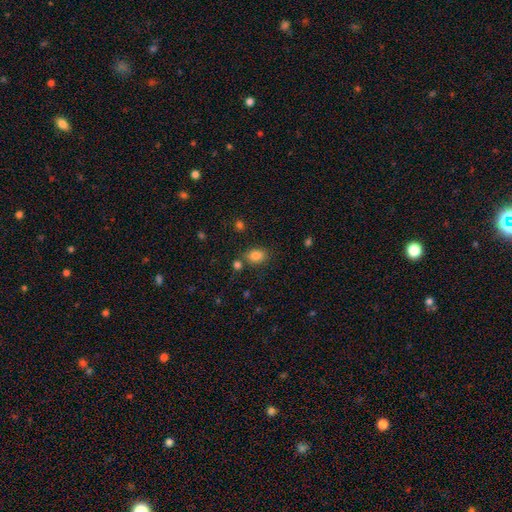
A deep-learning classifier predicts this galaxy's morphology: Smooth or featured: smooth — 83% (star or artifact — 11%)
How rounded: in between — 65% (round — 34%)
Merging: none — 73% (minor disturbance — 13%)